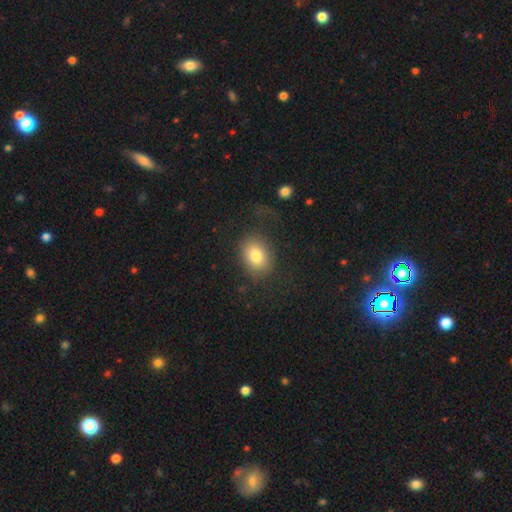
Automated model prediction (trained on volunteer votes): The model was most divided on "how rounded": in between: 63%, round: 36%, cigar-shaped: 1%. More confident: smooth or featured — smooth (80%); merging — none (67%).